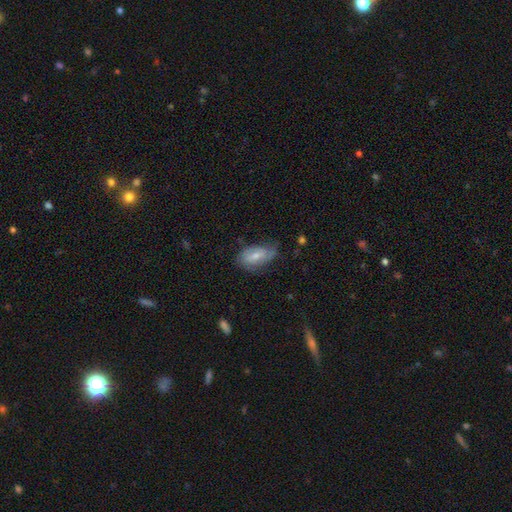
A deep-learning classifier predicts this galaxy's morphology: Smooth or featured? Predicted: smooth (p=0.59). How rounded? Predicted: in between (p=0.90). Merging? Predicted: none (p=0.53).